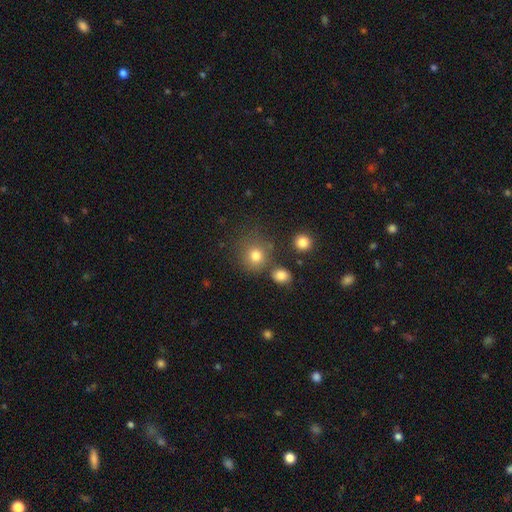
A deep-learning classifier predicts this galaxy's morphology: Smooth or featured? Predicted: smooth (p=0.79). How rounded? Predicted: round (p=0.88). Merging? Predicted: none (p=0.71).